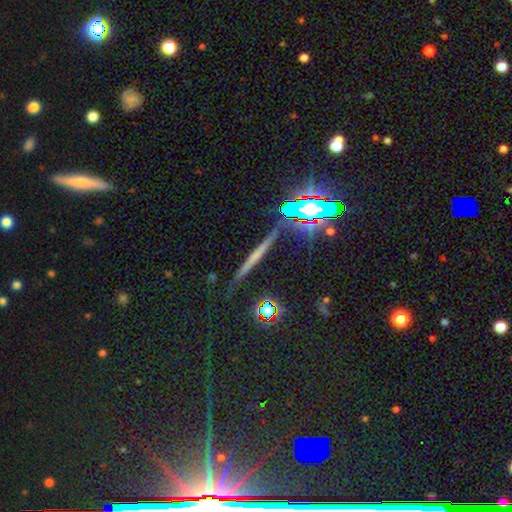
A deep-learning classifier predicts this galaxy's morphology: featured or disk 45%, smooth 29%, star or artifact 26%. Down the decision tree: merging — none (84%).